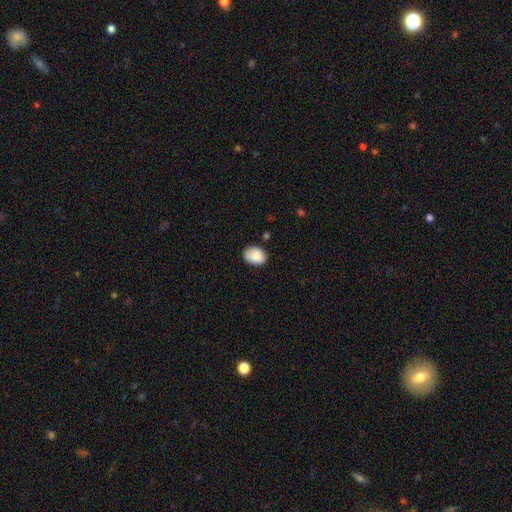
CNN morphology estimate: smooth 88%, star or artifact 7%, featured or disk 4%. Down the decision tree: how rounded — in between (70%); merging — none (79%).